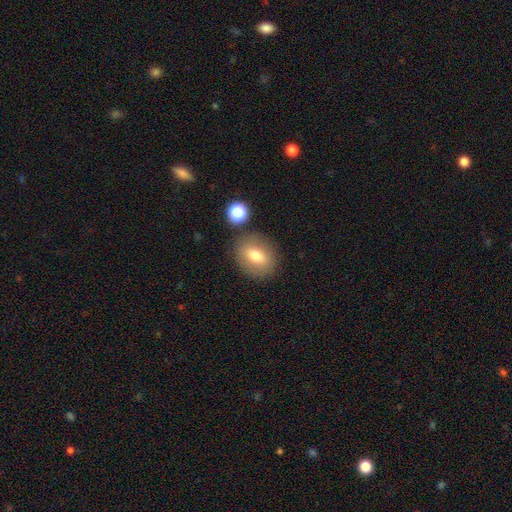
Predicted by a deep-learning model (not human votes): Smooth or featured? Predicted: smooth (p=0.73). How rounded? Predicted: round (p=0.53). Merging? Predicted: none (p=0.79).